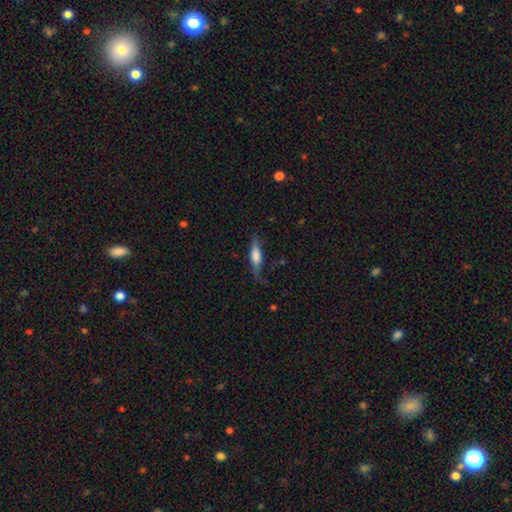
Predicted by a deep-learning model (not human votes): The model was most divided on "smooth or featured": smooth: 56%, featured or disk: 37%, star or artifact: 7%. More confident: merging — none (68%); how rounded — cigar-shaped (62%).